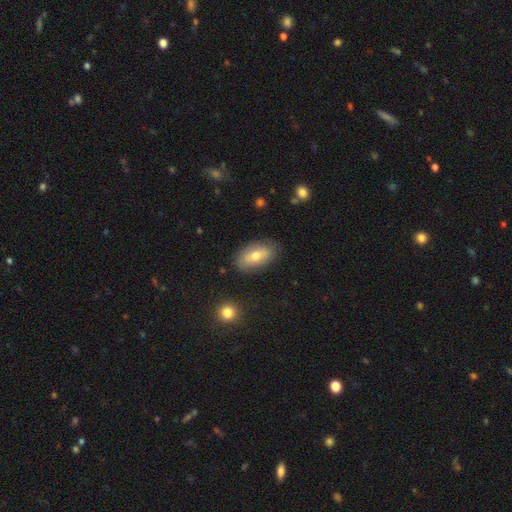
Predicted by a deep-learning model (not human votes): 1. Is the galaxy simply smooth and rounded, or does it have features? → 65% smooth, 28% featured or disk, 7% star or artifact.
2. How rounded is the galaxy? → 92% in between, 4% round, 4% cigar-shaped.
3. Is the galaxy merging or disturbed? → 81% none, 14% minor disturbance, 3% major disturbance, 2% merger.